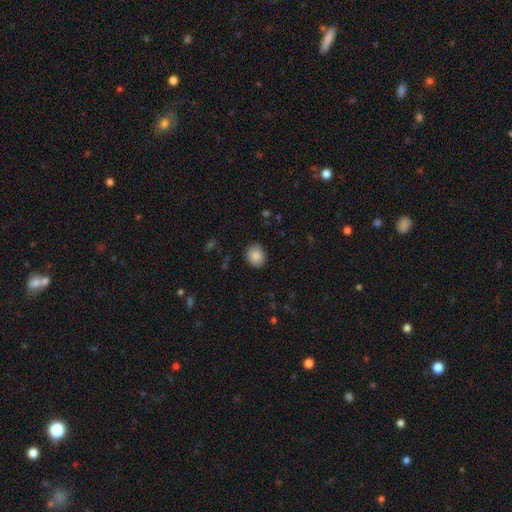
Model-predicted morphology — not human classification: smooth 87%, star or artifact 8%, featured or disk 5%. Down the decision tree: how rounded — round (66%); merging — none (87%).